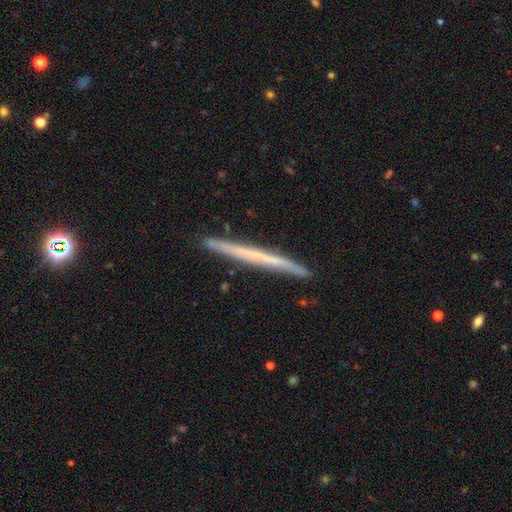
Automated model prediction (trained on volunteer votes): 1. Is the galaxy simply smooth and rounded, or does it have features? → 53% featured or disk, 41% smooth, 6% star or artifact.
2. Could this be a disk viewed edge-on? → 97% yes, 3% no.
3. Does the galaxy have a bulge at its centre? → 90% none, 7% rounded, 3% boxy.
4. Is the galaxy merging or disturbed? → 91% none, 7% minor disturbance, 1% merger, 1% major disturbance.